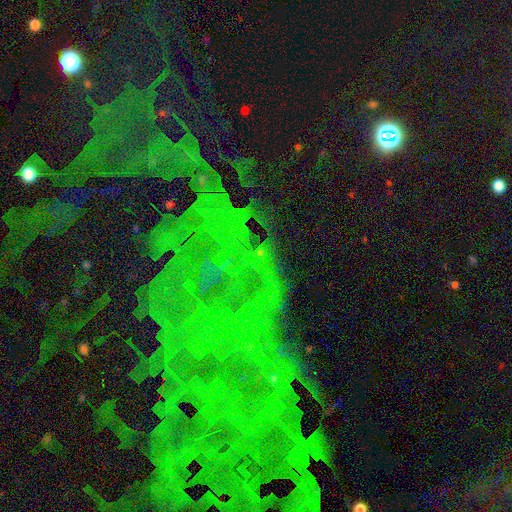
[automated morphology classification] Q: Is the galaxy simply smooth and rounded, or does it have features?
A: star or artifact — 80%.